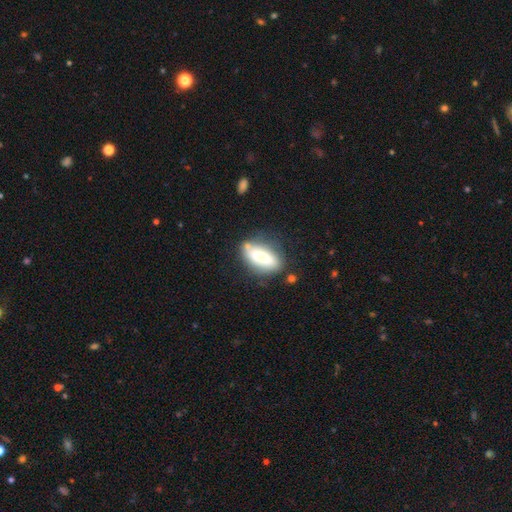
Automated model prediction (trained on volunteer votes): Smooth or featured? Predicted: smooth (p=0.67). How rounded? Predicted: in between (p=0.78). Merging? Predicted: none (p=0.64).